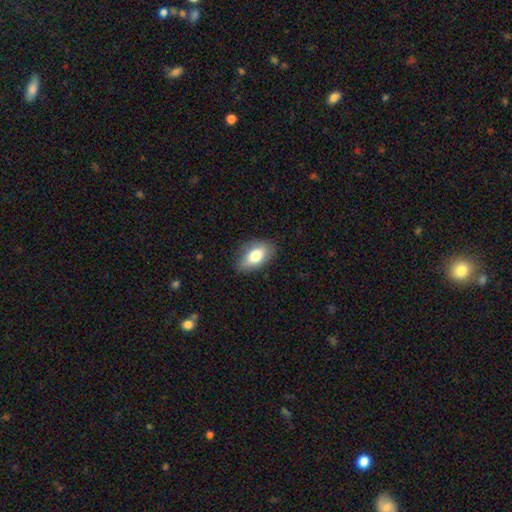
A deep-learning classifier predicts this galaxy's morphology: Overall: smooth (77%). How rounded: in between (90%). Merging: none (80%).